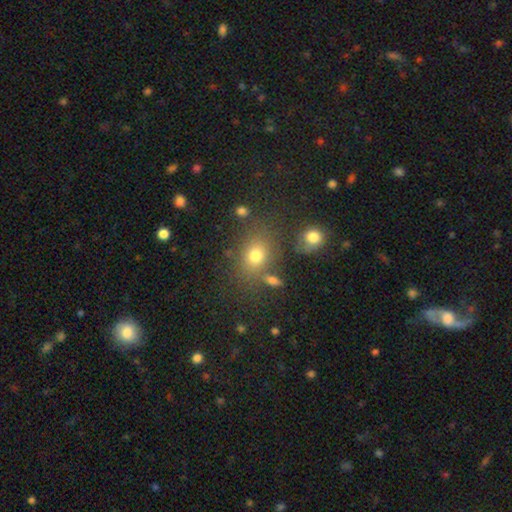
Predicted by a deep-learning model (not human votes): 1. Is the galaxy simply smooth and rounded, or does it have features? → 74% smooth, 16% star or artifact, 10% featured or disk.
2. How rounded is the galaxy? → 50% round, 48% in between, 2% cigar-shaped.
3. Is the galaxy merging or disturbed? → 70% none, 13% minor disturbance, 11% merger, 6% major disturbance.